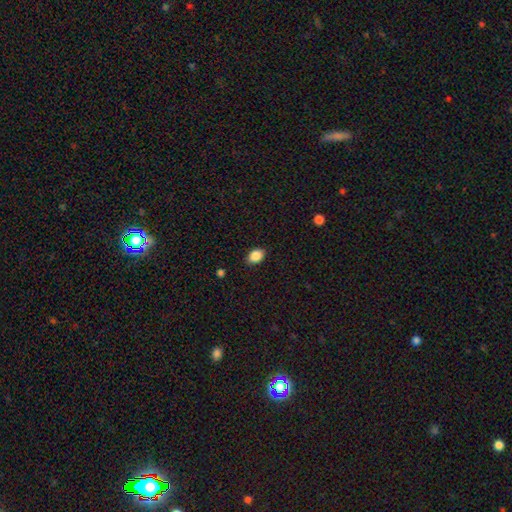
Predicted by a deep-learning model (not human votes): Smooth or featured? Predicted: smooth (p=0.88). How rounded? Predicted: in between (p=0.80). Merging? Predicted: none (p=0.87).